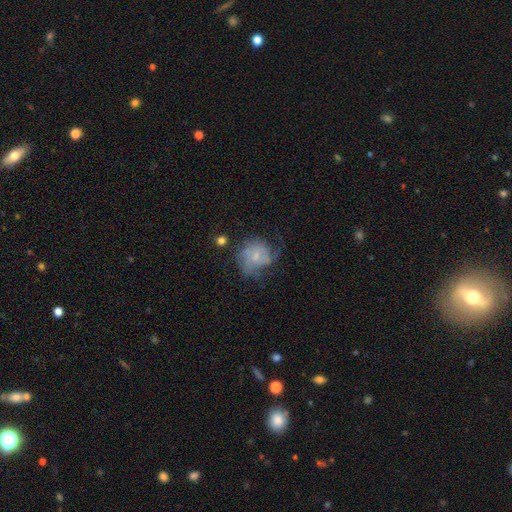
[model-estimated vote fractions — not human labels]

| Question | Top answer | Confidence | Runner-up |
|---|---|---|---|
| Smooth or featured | featured or disk | 54% | smooth (36%) |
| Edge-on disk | no | 98% | yes (2%) |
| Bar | no | 73% | weak (24%) |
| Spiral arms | yes | 67% | no (33%) |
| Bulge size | small | 66% | moderate (19%) |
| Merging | none | 40% | major disturbance (31%) |